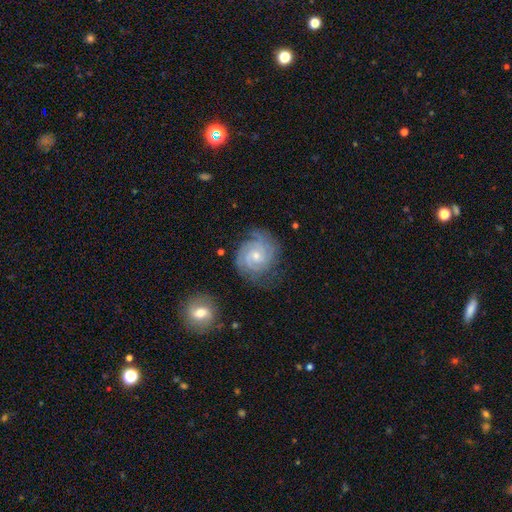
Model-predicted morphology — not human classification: smooth_or_featured: featured or disk (p=0.84) [alt: smooth p=0.10]
disk_edge_on: no (p=0.98) [alt: yes p=0.02]
bar: no (p=0.68) [alt: weak p=0.27]
has_spiral_arms: yes (p=0.97) [alt: no p=0.03]
spiral_winding: tight (p=0.71) [alt: medium p=0.24]
spiral_arm_count: 3 (p=0.30) [alt: 2 p=0.23]
bulge_size: small (p=0.62) [alt: moderate p=0.34]
merging: none (p=0.74) [alt: minor disturbance p=0.18]